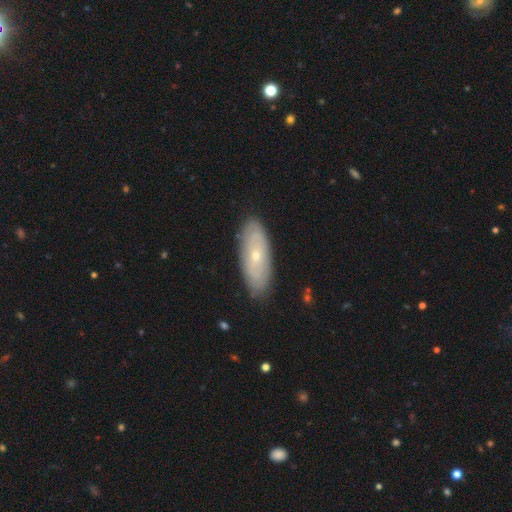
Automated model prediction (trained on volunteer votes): A featured or disk galaxy (54%). Merging: none (86%).